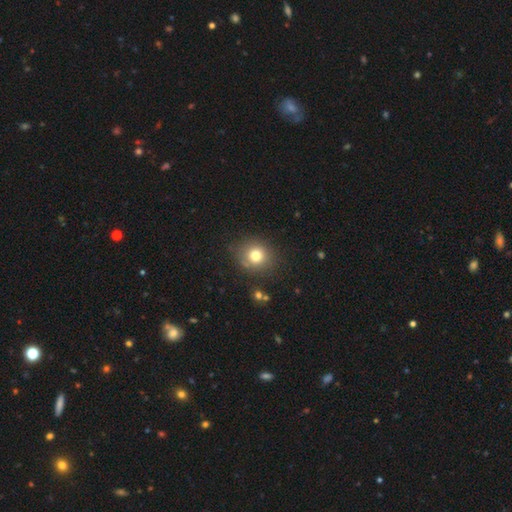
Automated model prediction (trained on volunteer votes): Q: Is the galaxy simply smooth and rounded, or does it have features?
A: smooth — 77%.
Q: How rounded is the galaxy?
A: round — 84%.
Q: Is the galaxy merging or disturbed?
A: none — 81%.